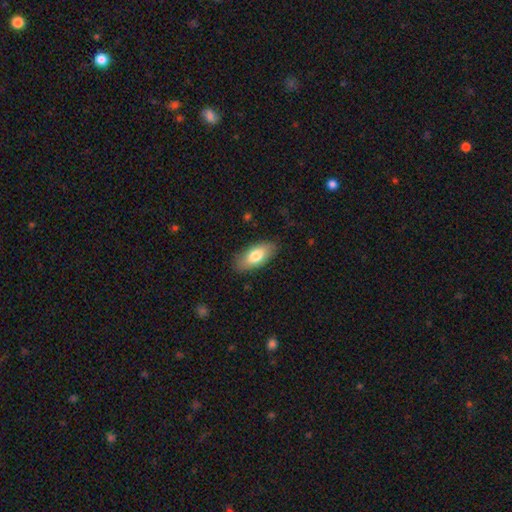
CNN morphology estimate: type=smooth (76%); roundness=in between (86%); merging=none (84%).